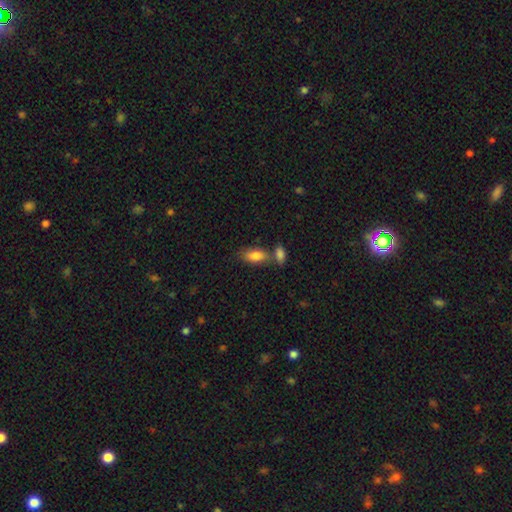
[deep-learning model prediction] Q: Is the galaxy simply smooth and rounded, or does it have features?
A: smooth — 84%.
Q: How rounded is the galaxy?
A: in between — 88%.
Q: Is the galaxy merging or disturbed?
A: none — 51%.